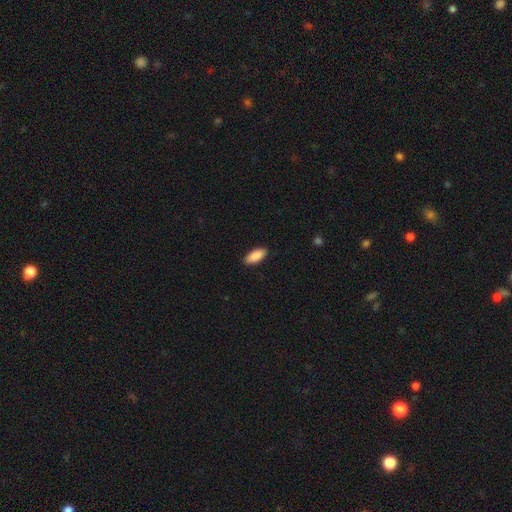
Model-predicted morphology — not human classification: Q: Smooth or featured?
A: smooth (90%); runner-up: star or artifact (6%)
Q: How rounded?
A: in between (85%); runner-up: cigar-shaped (14%)
Q: Merging?
A: none (89%); runner-up: minor disturbance (8%)